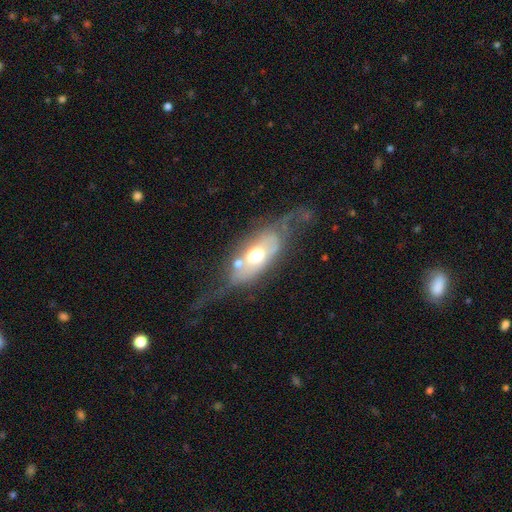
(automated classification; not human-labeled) This is possibly a featured or disk galaxy (55%). It is likely not viewed edge-on (78%). Merging: marginally none (37%).